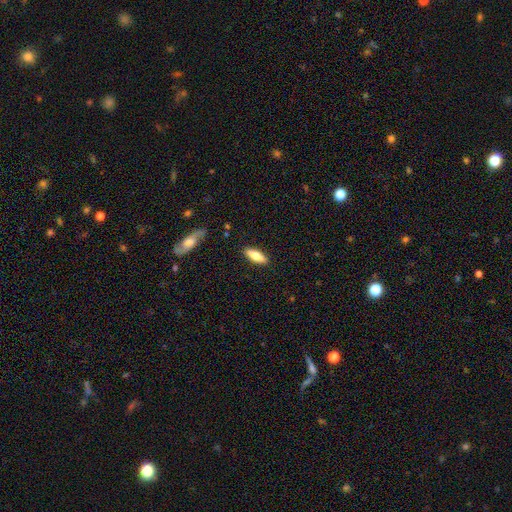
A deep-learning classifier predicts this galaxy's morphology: Q: Smooth or featured?
A: smooth (67%); runner-up: featured or disk (27%)
Q: How rounded?
A: in between (56%); runner-up: cigar-shaped (42%)
Q: Merging?
A: none (87%); runner-up: minor disturbance (9%)